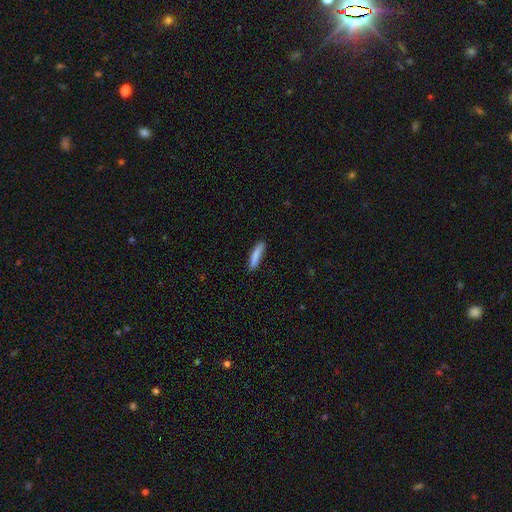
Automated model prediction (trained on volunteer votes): Smooth or featured: smooth — 85% (featured or disk — 8%)
How rounded: cigar-shaped — 86% (in between — 13%)
Merging: none — 87% (minor disturbance — 10%)